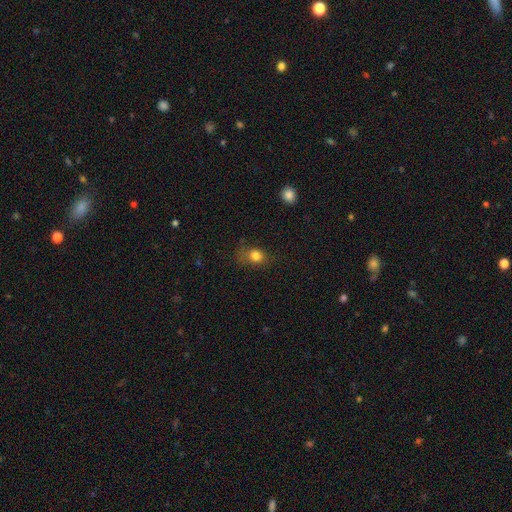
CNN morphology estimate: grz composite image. It shows a smooth galaxy with no disk features (79%) that is round (57%). Merging: none (57%).